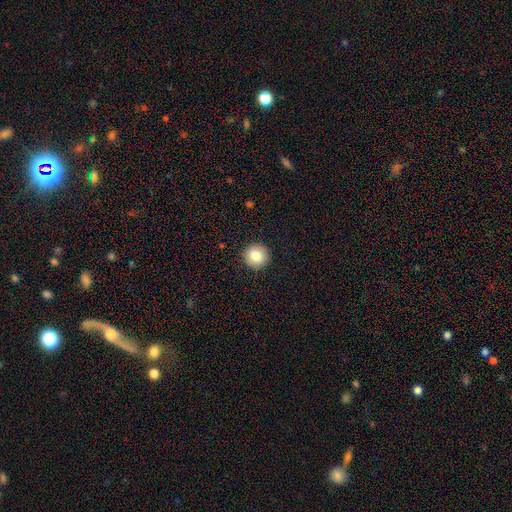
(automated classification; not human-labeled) The model was most divided on "smooth or featured": smooth: 81%, featured or disk: 10%, star or artifact: 9%. More confident: how rounded — round (95%); merging — none (93%).